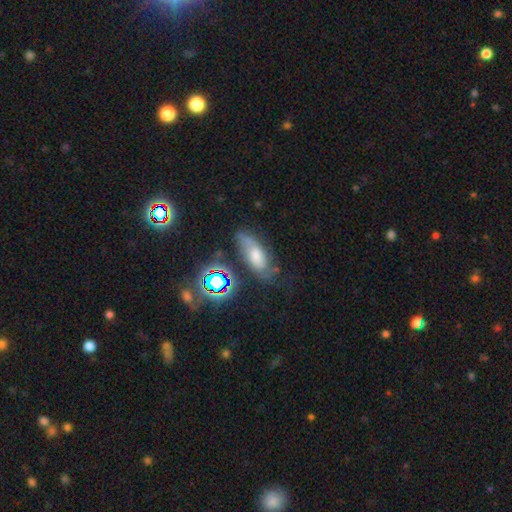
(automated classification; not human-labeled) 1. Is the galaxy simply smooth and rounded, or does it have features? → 40% smooth, 38% featured or disk, 22% star or artifact.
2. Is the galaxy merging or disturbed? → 55% none, 26% minor disturbance, 14% major disturbance, 5% merger.